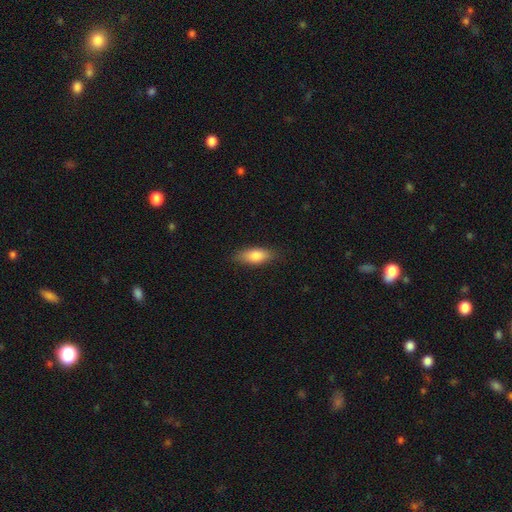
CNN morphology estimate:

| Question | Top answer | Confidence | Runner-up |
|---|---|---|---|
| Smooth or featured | smooth | 81% | featured or disk (12%) |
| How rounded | in between | 79% | cigar-shaped (18%) |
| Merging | none | 84% | minor disturbance (13%) |